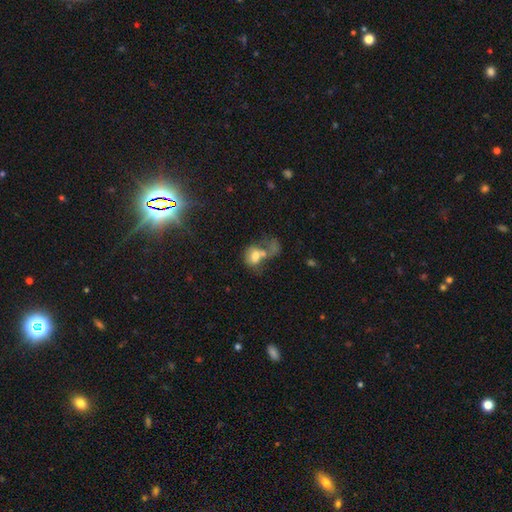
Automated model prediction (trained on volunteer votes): Q: Smooth or featured?
A: smooth (62%); runner-up: featured or disk (27%)
Q: How rounded?
A: in between (58%); runner-up: round (41%)
Q: Merging?
A: merger (58%); runner-up: major disturbance (19%)